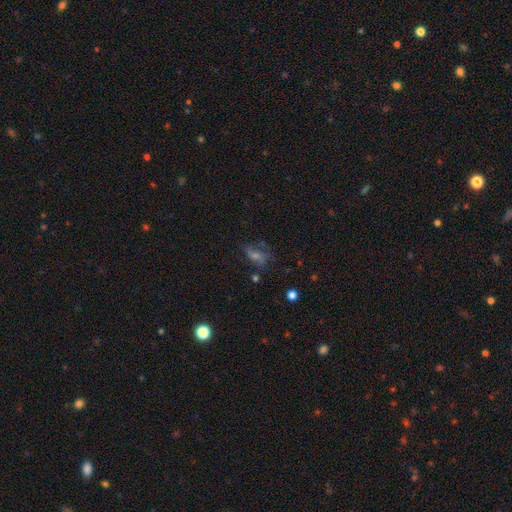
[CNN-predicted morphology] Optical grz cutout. It shows a featured or disk galaxy (47%). Merging: none (54%).